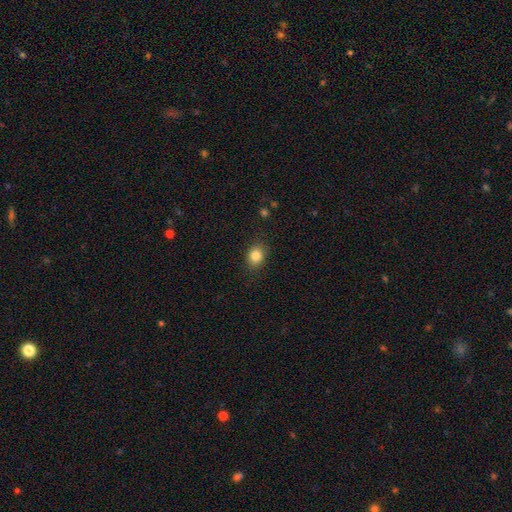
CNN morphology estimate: This is clearly a smooth galaxy (84%). How rounded: possibly in between (52%). Merging: clearly none (86%).